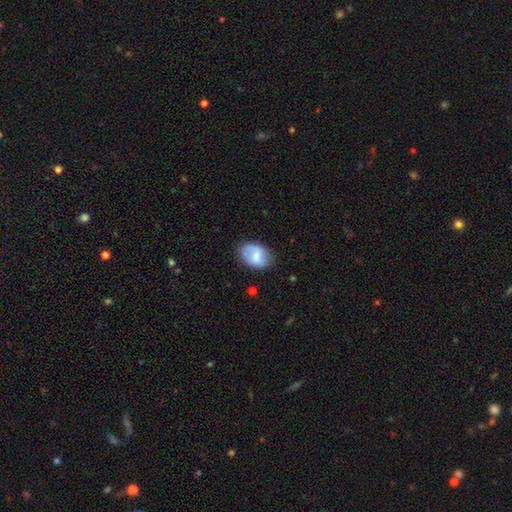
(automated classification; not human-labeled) This is likely a smooth galaxy (65%). How rounded: clearly in between (82%). Merging: likely none (68%).